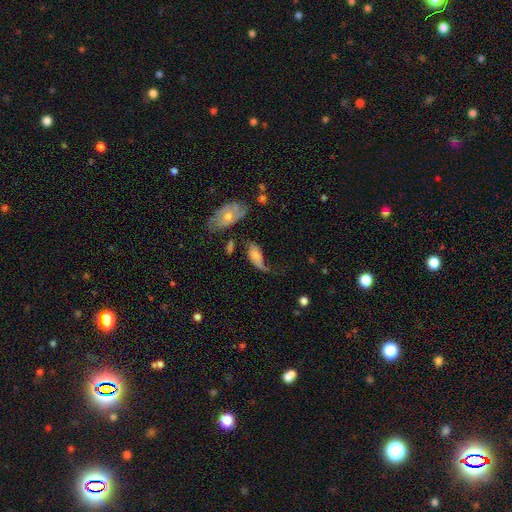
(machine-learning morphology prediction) This is possibly a smooth galaxy (49%). Merging: marginally major disturbance (43%).